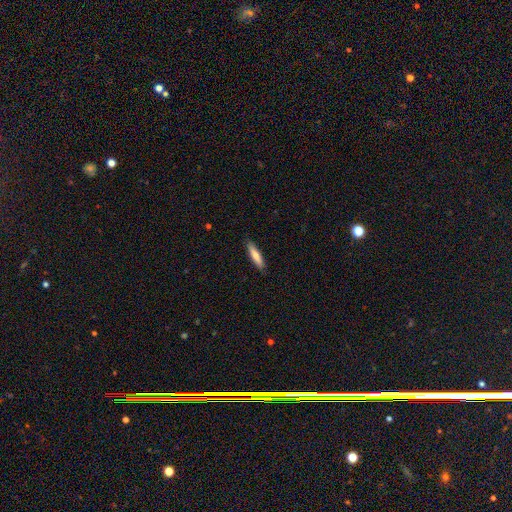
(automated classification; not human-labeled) Overall: smooth (74%). How rounded: cigar-shaped (81%). Merging: none (89%).